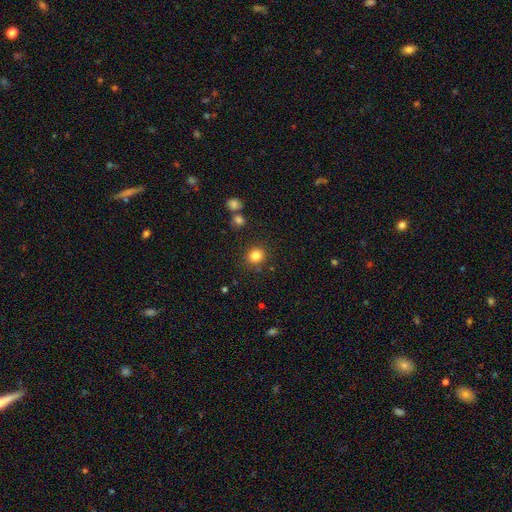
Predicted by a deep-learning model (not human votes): This is clearly a smooth galaxy (83%). How rounded: clearly round (85%). Merging: clearly none (87%).